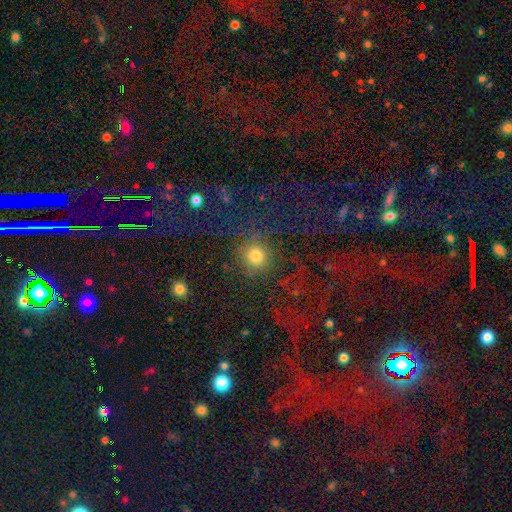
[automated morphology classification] type=smooth (60%); roundness=round (89%); merging=none (68%).